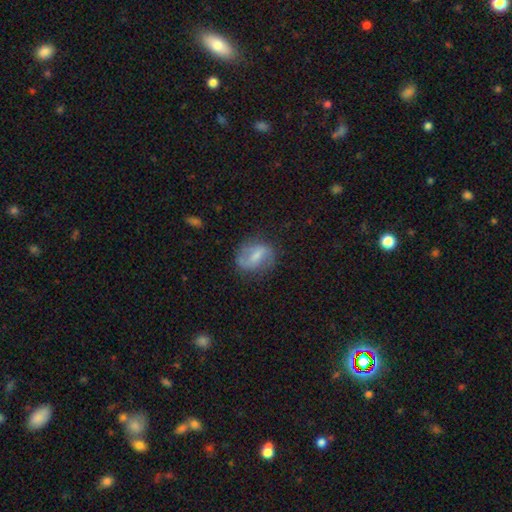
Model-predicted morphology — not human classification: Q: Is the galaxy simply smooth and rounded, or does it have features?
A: featured or disk — 57%.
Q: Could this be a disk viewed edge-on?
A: no — 96%.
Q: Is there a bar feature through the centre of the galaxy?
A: weak — 48%.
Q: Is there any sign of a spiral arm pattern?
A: yes — 81%.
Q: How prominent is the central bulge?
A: small — 35%.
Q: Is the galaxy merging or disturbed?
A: none — 69%.